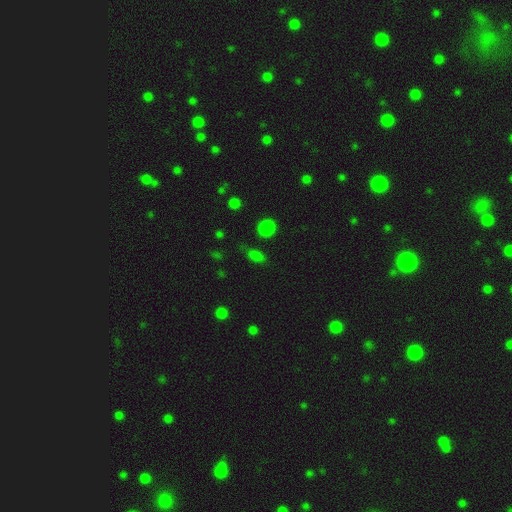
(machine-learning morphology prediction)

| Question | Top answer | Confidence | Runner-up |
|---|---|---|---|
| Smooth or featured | smooth | 72% | star or artifact (21%) |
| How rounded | in between | 75% | round (15%) |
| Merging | none | 73% | minor disturbance (17%) |